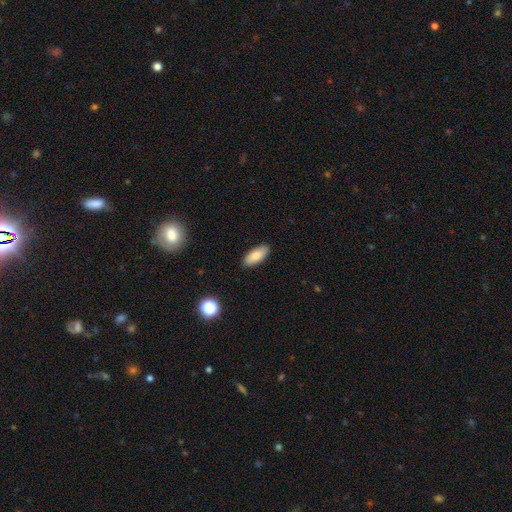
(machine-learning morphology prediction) A smooth galaxy with no disk features (86%) that is in between round and cigar-shaped (86%).

Vote fractions:
- Smooth or featured? smooth: 86% / featured or disk: 8% / star or artifact: 7%
- How rounded? in between: 86% / cigar-shaped: 12% / round: 2%
- Merging? none: 89% / minor disturbance: 8% / major disturbance: 2% / merger: 1%